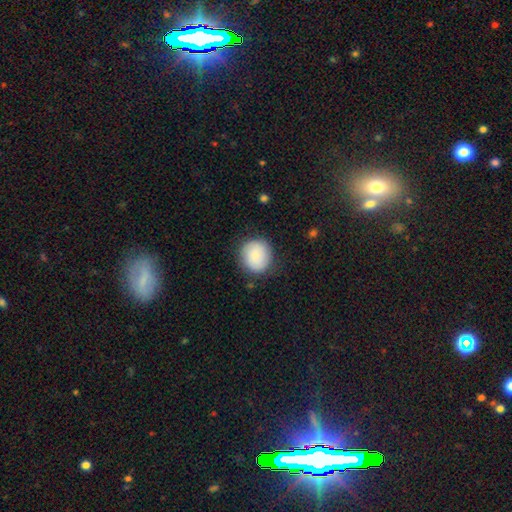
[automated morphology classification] The model was most divided on "smooth or featured": smooth: 80%, featured or disk: 14%, star or artifact: 7%. More confident: how rounded — round (84%); merging — none (82%).